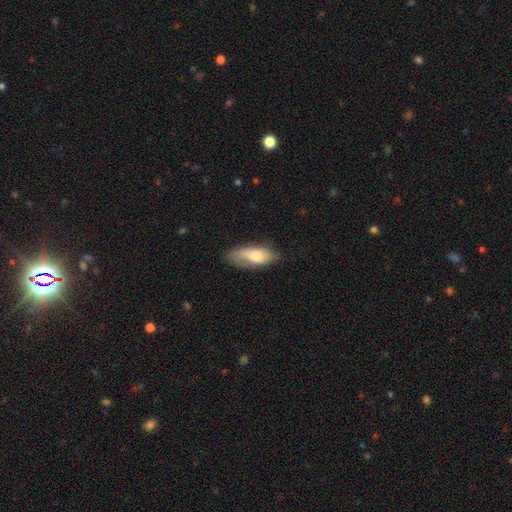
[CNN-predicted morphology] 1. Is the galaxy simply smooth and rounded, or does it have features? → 69% smooth, 25% featured or disk, 6% star or artifact.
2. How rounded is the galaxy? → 74% in between, 23% cigar-shaped, 3% round.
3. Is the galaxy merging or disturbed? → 55% none, 31% minor disturbance, 11% major disturbance, 3% merger.